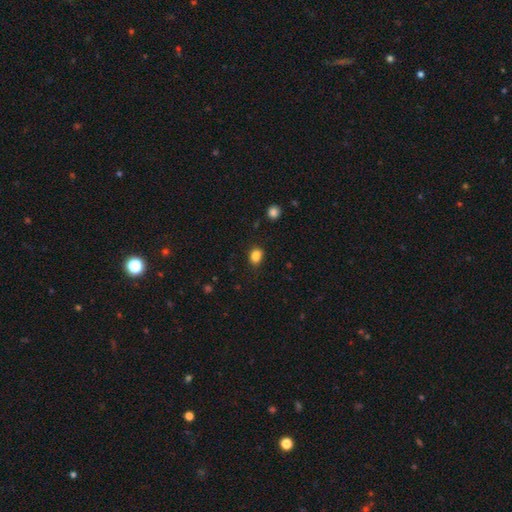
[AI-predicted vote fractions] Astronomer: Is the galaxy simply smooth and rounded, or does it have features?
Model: smooth — 85%.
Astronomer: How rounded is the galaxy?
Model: in between — 58% (runner-up: round, 41%).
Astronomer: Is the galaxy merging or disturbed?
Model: none — 76%.